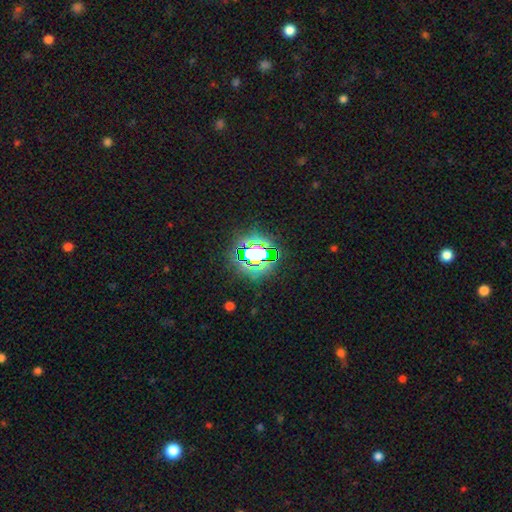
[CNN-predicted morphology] type=star or artifact (69%).